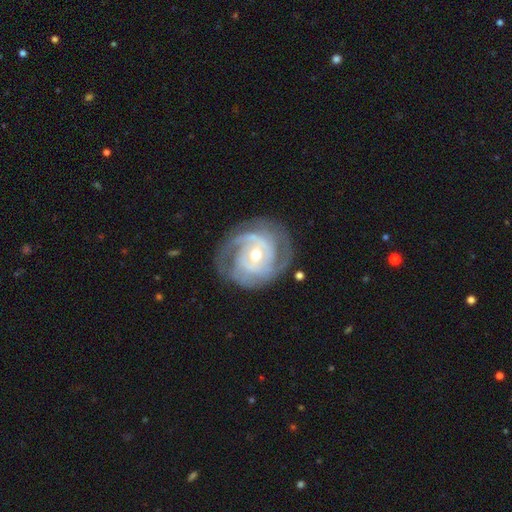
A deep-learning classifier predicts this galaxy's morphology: A featured or disk galaxy (88%) with no bar (52%), 2 (43%) tight (66%) spiral arms (97%) and a moderate central bulge (51%). Merging: none (77%).